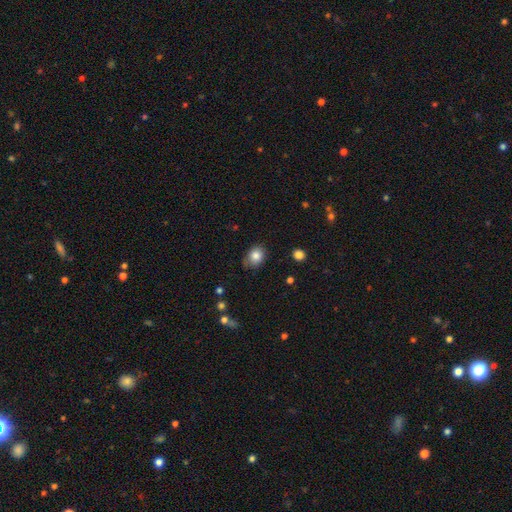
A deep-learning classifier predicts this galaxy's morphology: Smooth or featured?
  - smooth: 83% *
  - star or artifact: 9%
  - featured or disk: 7%
How rounded?
  - in between: 51% *
  - round: 48%
  - cigar-shaped: 1%
Merging?
  - none: 71% *
  - minor disturbance: 23%
  - major disturbance: 4%
  - merger: 2%